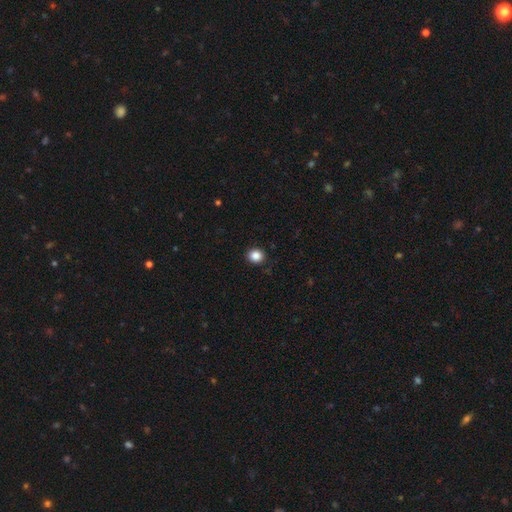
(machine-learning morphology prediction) Smooth or featured? smooth (87%)
How rounded? round (81%)
Merging? none (91%)